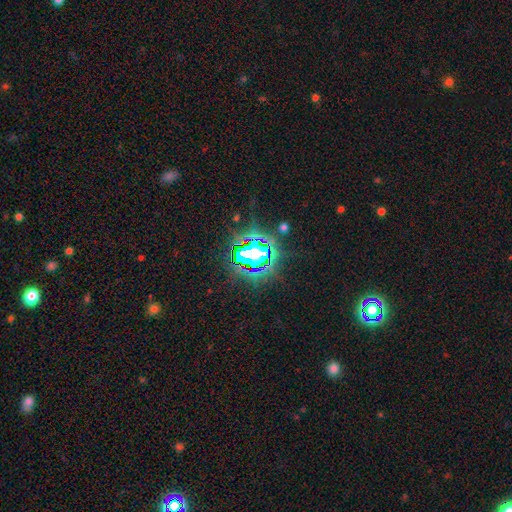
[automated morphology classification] Smooth or featured? star or artifact (72%)